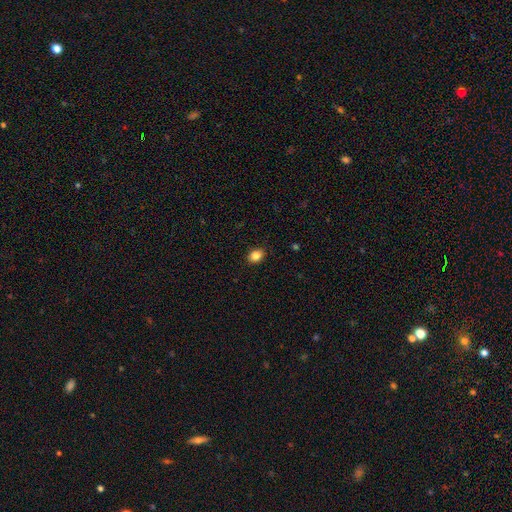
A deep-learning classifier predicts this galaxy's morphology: Smooth or featured? smooth (85%)
How rounded? in between (56%)
Merging? none (89%)